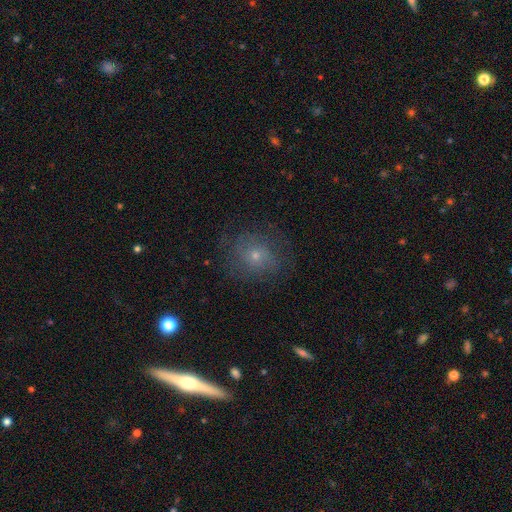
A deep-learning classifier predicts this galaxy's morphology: smooth 49%, featured or disk 35%, star or artifact 16%. Down the decision tree: merging — none (74%).